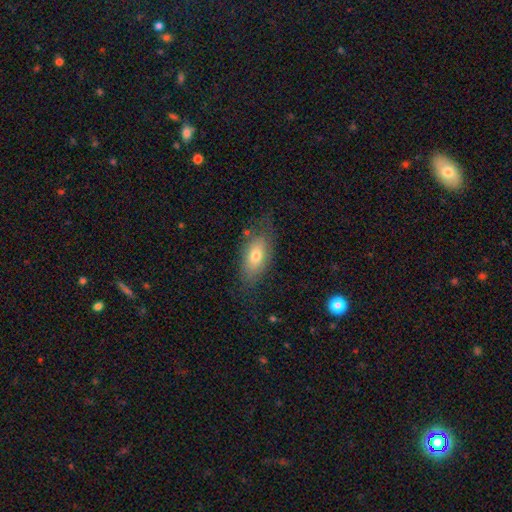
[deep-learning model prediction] This is likely a smooth galaxy (70%). How rounded: clearly in between (86%). Merging: likely none (68%).